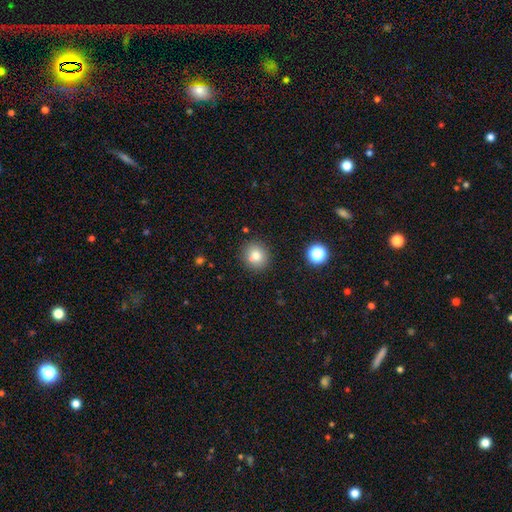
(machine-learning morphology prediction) Q: Smooth or featured?
A: smooth (79%); runner-up: star or artifact (12%)
Q: How rounded?
A: round (86%); runner-up: in between (13%)
Q: Merging?
A: none (84%); runner-up: minor disturbance (9%)